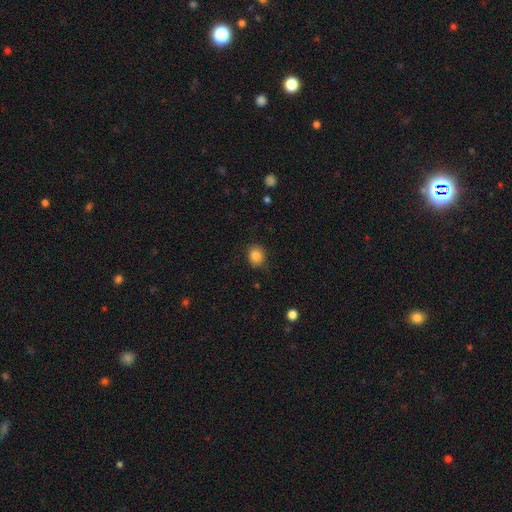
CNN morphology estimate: Q: Smooth or featured?
A: smooth (85%); runner-up: star or artifact (10%)
Q: How rounded?
A: round (72%); runner-up: in between (27%)
Q: Merging?
A: none (82%); runner-up: minor disturbance (14%)